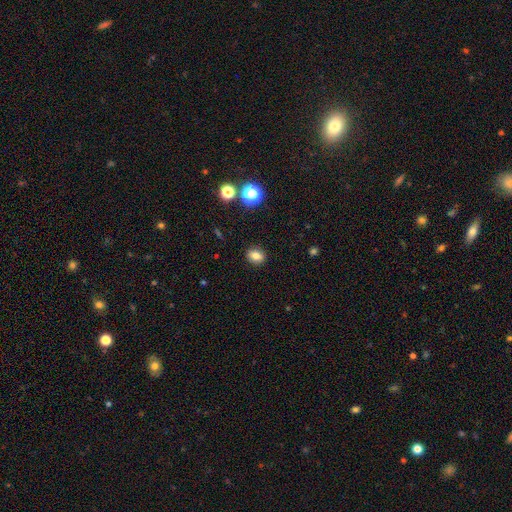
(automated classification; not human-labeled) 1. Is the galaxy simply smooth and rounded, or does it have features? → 81% smooth, 12% star or artifact, 7% featured or disk.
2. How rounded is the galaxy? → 52% in between, 47% round, 1% cigar-shaped.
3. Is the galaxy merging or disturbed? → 89% none, 7% minor disturbance, 2% major disturbance, 1% merger.